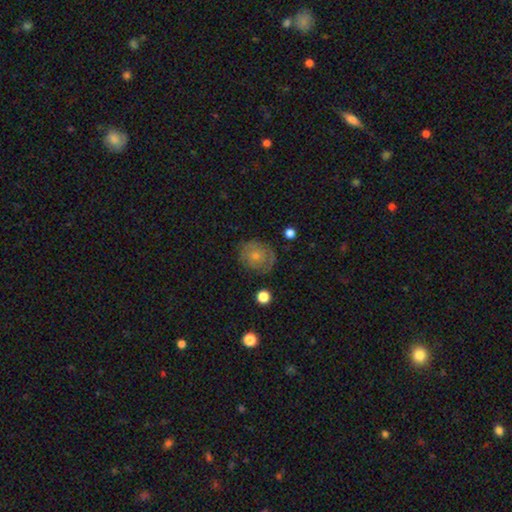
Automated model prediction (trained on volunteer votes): A smooth galaxy with no disk features (45%).

Vote fractions:
- Smooth or featured? smooth: 45% / featured or disk: 41% / star or artifact: 13%
- Merging? none: 76% / minor disturbance: 17% / major disturbance: 6% / merger: 2%